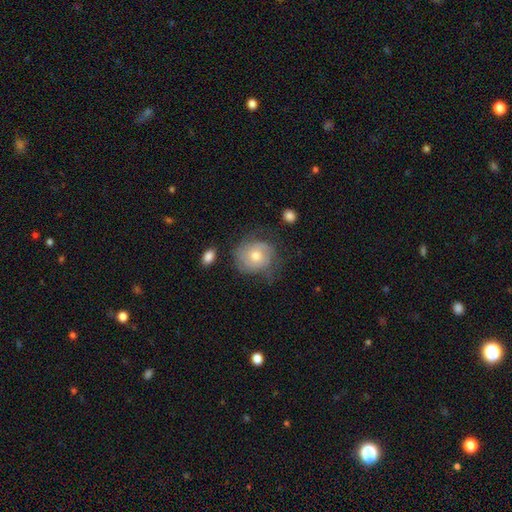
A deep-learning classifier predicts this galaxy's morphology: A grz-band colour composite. It shows a featured or disk galaxy (51%). Merging: none (60%).